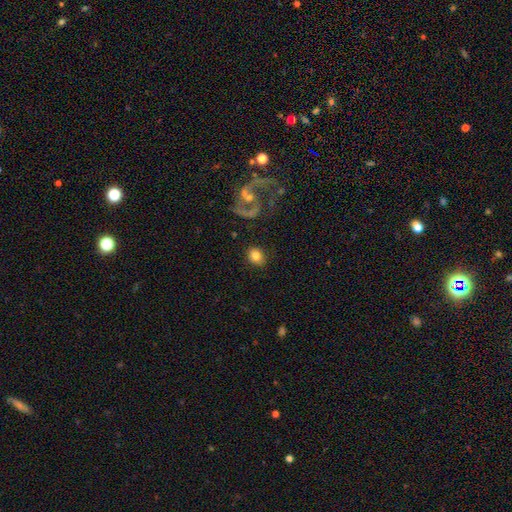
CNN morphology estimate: Q: Smooth or featured?
A: smooth (77%); runner-up: featured or disk (14%)
Q: How rounded?
A: round (51%); runner-up: in between (48%)
Q: Merging?
A: none (83%); runner-up: minor disturbance (10%)